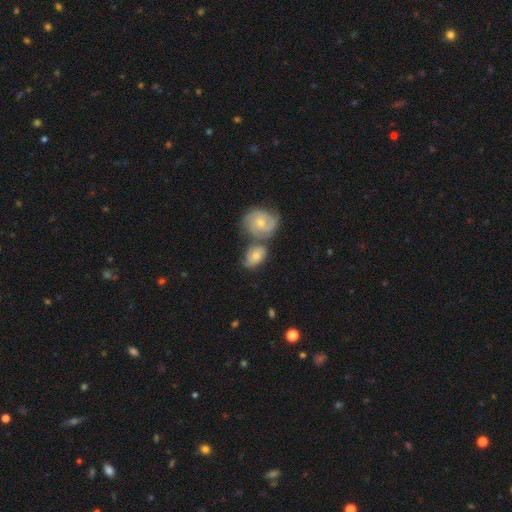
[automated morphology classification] Smooth or featured?
  - smooth: 47% *
  - featured or disk: 45%
  - star or artifact: 8%
Merging?
  - none: 39% *
  - merger: 38%
  - minor disturbance: 16%
  - major disturbance: 6%